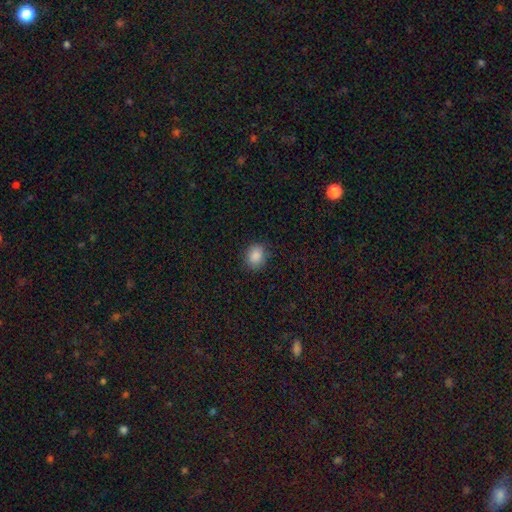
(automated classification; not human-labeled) A smooth galaxy with no disk features (88%) that is round (62%). Merging: none (85%).